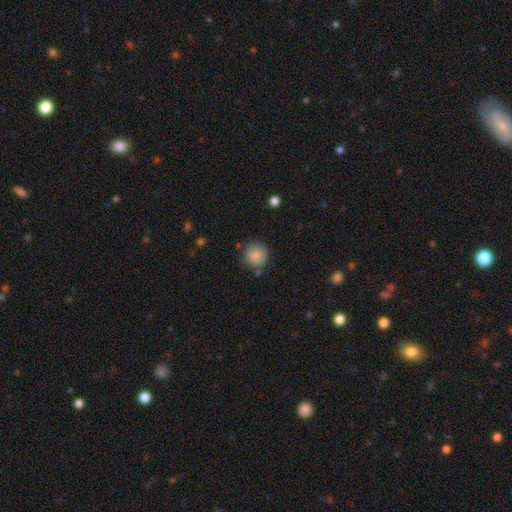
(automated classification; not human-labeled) A smooth galaxy with no disk features (86%) that is round (93%).

Vote fractions:
- Smooth or featured? smooth: 86% / star or artifact: 9% / featured or disk: 6%
- How rounded? round: 93% / in between: 6% / cigar-shaped: 1%
- Merging? none: 80% / minor disturbance: 12% / merger: 5% / major disturbance: 3%